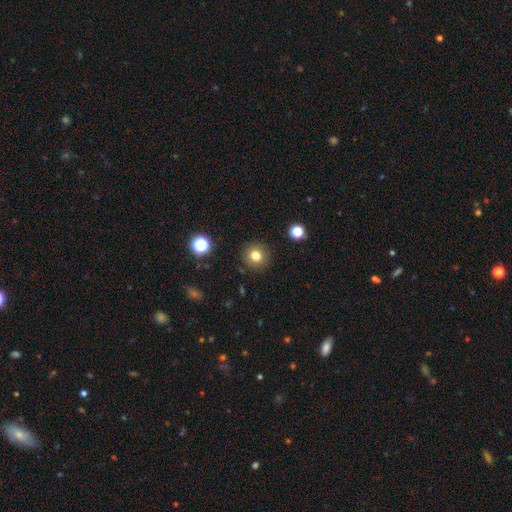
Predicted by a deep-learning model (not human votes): Q: Smooth or featured?
A: smooth (79%); runner-up: star or artifact (13%)
Q: How rounded?
A: round (92%); runner-up: in between (7%)
Q: Merging?
A: none (90%); runner-up: minor disturbance (6%)